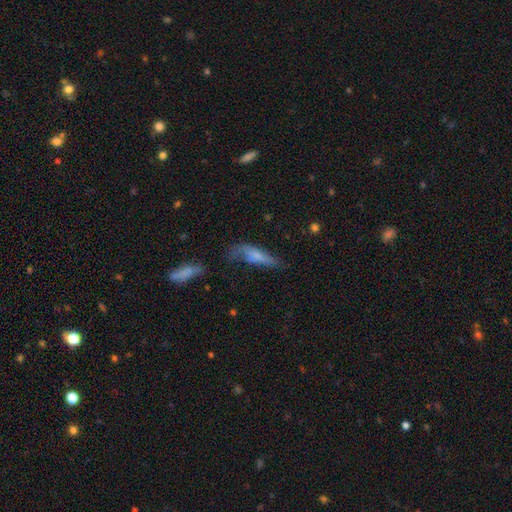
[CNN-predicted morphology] Smooth or featured: smooth — 55% (featured or disk — 36%)
How rounded: cigar-shaped — 52% (in between — 45%)
Merging: none — 39% (minor disturbance — 29%)